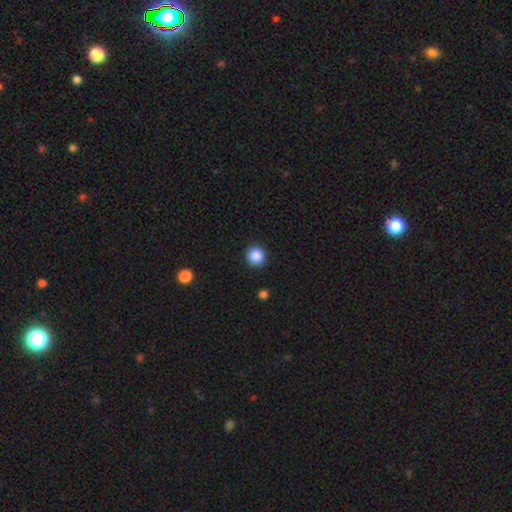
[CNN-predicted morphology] type=smooth (87%); roundness=round (92%); merging=none (92%).